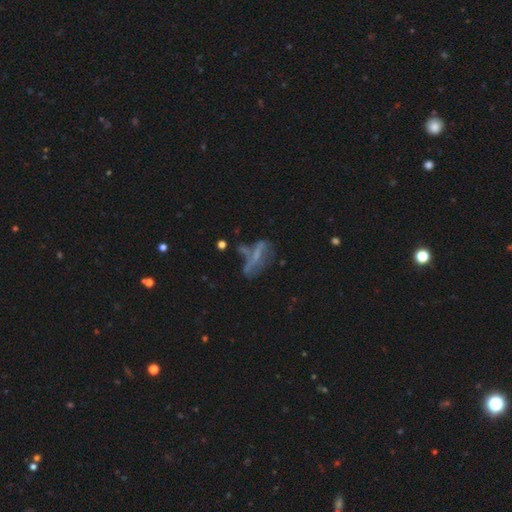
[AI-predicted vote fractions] Smooth or featured: featured or disk — 52% (smooth — 31%)
Edge-on disk: no — 77% (yes — 23%)
Merging: none — 32% (major disturbance — 31%)